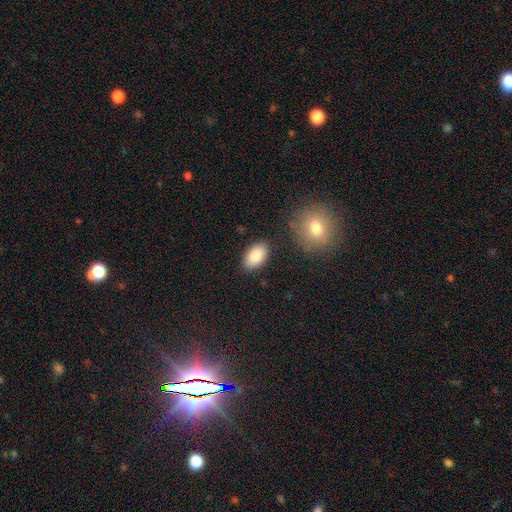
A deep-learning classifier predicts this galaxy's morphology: smooth-or-featured: smooth: 89% | star or artifact: 7% | featured or disk: 5%
  how-rounded: in between: 94% | round: 5% | cigar-shaped: 2%
  merging: none: 84% | minor disturbance: 11% | major disturbance: 3% | merger: 2%